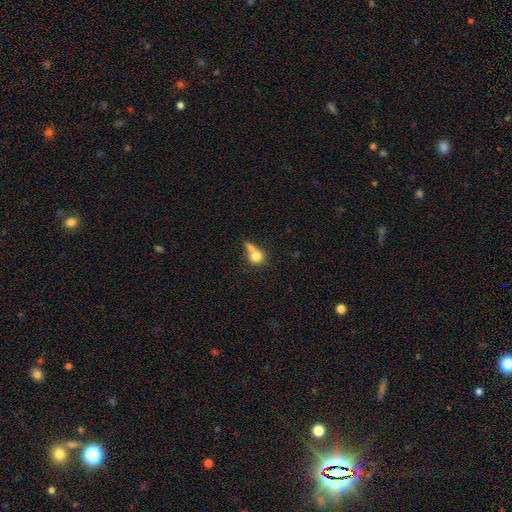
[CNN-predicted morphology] Overall: smooth (74%). How rounded: round (73%). Merging: merger (51%; none 28%).